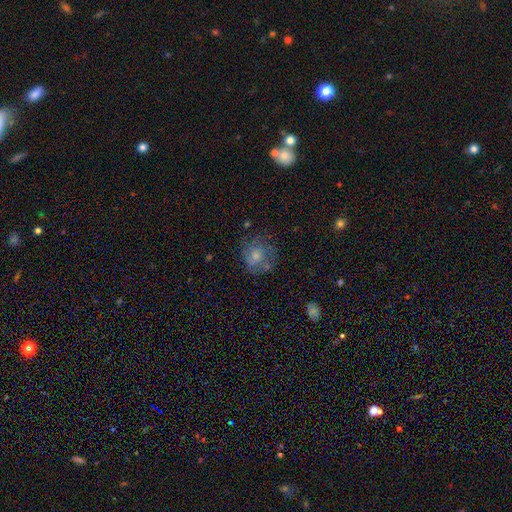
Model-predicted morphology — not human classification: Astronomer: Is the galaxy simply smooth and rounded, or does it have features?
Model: featured or disk — 45% (runner-up: smooth, 39%).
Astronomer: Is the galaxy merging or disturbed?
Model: none — 66%.